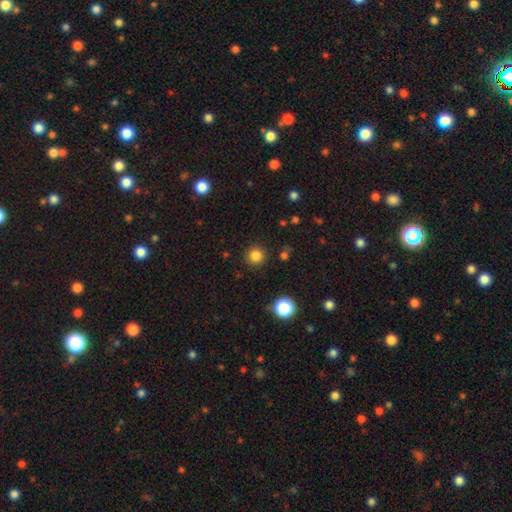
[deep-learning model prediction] A smooth galaxy with no disk features (83%) that is round (94%). Merging: none (91%).